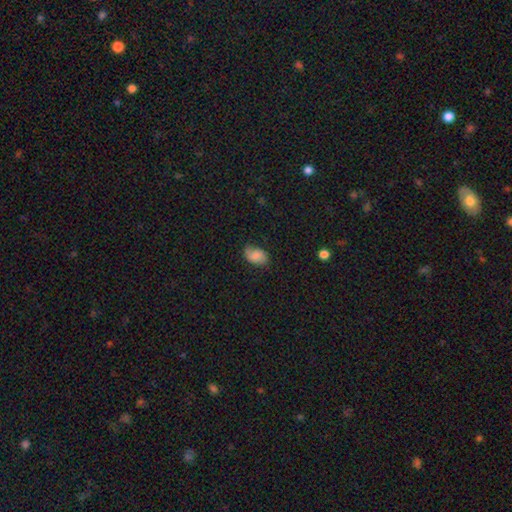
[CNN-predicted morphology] type=smooth (75%); roundness=in between (89%); merging=none (65%).